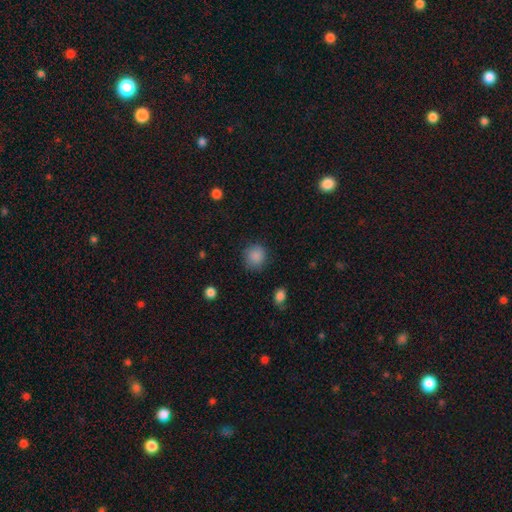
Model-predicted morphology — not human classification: The model was most divided on "merging": none: 86%, minor disturbance: 10%, major disturbance: 3%, merger: 1%. More confident: how rounded — round (88%); smooth or featured — smooth (87%).